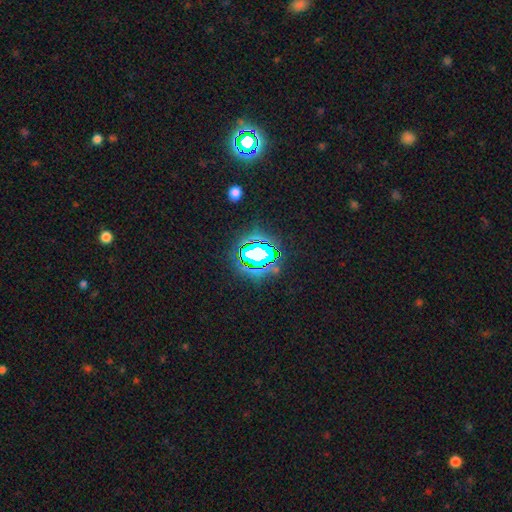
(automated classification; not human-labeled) Smooth or featured: star or artifact — 68% (smooth — 19%)